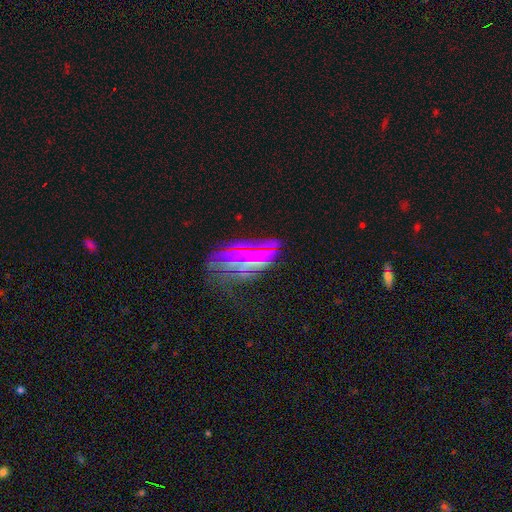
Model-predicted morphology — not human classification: This is marginally a featured or disk galaxy (41%). Merging: likely none (63%).